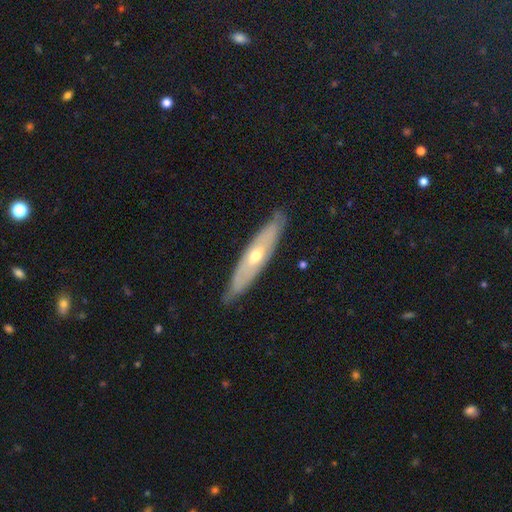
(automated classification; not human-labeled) Smooth or featured: featured or disk — 61% (smooth — 34%)
Edge-on disk: yes — 53% (no — 47%)
Merging: none — 80% (minor disturbance — 15%)